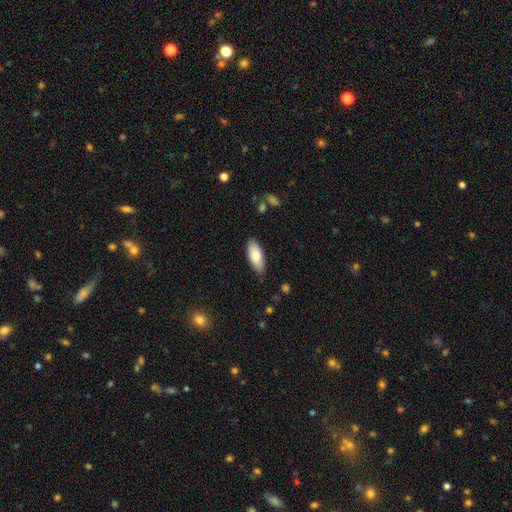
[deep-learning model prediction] Smooth or featured? Predicted: smooth (p=0.79). How rounded? Predicted: in between (p=0.82). Merging? Predicted: none (p=0.86).